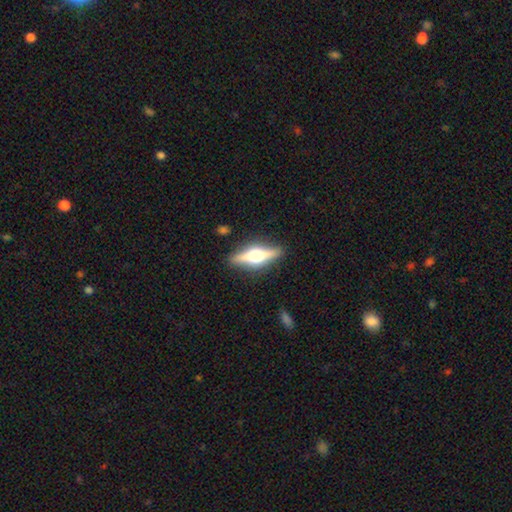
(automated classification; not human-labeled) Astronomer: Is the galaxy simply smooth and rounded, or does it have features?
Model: featured or disk — 69%.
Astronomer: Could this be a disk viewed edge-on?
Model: yes — 95%.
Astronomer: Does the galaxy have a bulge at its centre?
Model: rounded — 95%.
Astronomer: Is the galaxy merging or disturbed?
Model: none — 88%.